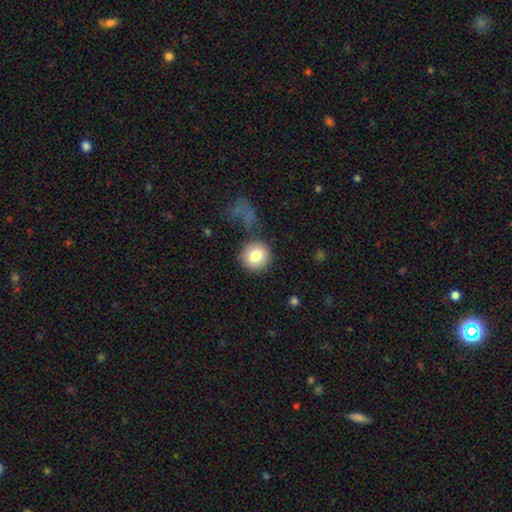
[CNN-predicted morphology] A smooth galaxy with no disk features (80%) that is round (91%).

Vote fractions:
- Smooth or featured? smooth: 80% / featured or disk: 11% / star or artifact: 9%
- How rounded? round: 91% / in between: 8% / cigar-shaped: 1%
- Merging? none: 82% / minor disturbance: 10% / major disturbance: 5% / merger: 3%